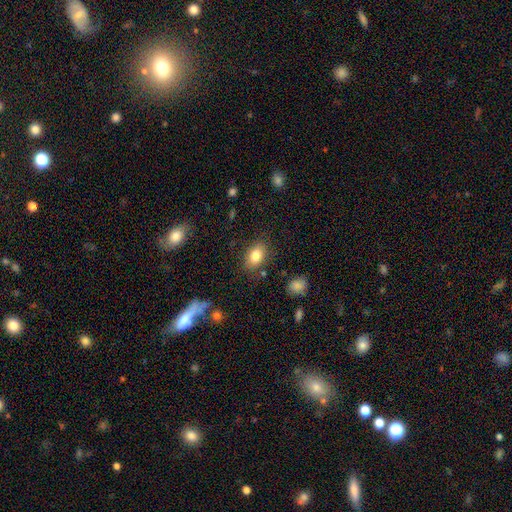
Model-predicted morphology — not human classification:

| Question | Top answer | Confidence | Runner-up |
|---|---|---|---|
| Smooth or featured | smooth | 83% | star or artifact (9%) |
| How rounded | in between | 81% | round (17%) |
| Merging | none | 82% | minor disturbance (12%) |